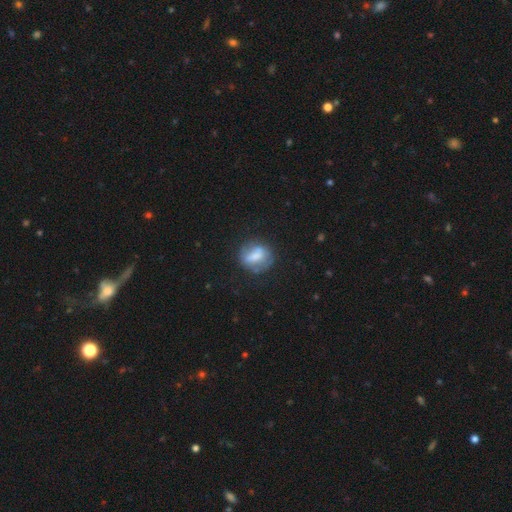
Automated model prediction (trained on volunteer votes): A smooth galaxy with no disk features (59%) that is round (57%).

Vote fractions:
- Smooth or featured? smooth: 59% / featured or disk: 32% / star or artifact: 9%
- How rounded? round: 57% / in between: 41% / cigar-shaped: 2%
- Merging? none: 61% / minor disturbance: 24% / major disturbance: 12% / merger: 4%